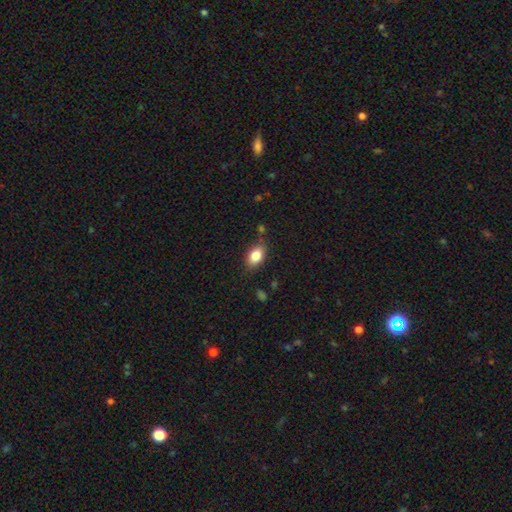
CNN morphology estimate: smooth-or-featured: smooth: 84% | featured or disk: 8% | star or artifact: 8%
  how-rounded: in between: 88% | round: 10% | cigar-shaped: 2%
  merging: none: 82% | minor disturbance: 13% | major disturbance: 3% | merger: 3%